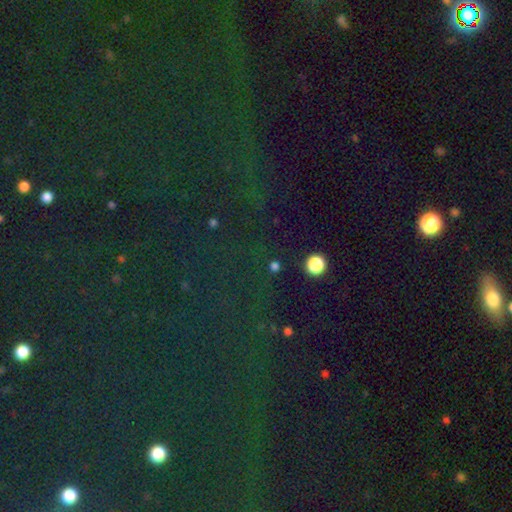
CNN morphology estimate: A star or artifact, not a galaxy (77%).